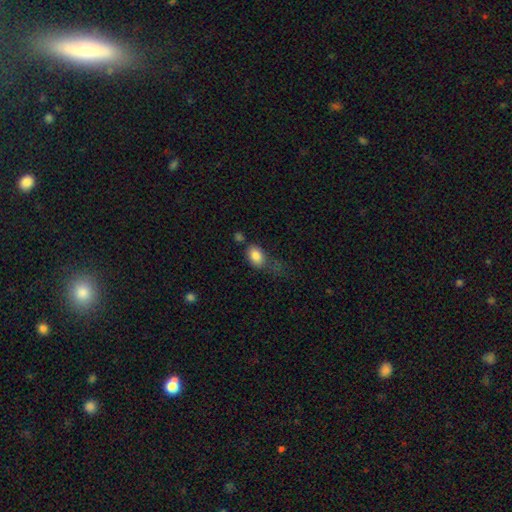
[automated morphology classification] Smooth or featured? Predicted: smooth (p=0.84). How rounded? Predicted: in between (p=0.78). Merging? Predicted: none (p=0.39).